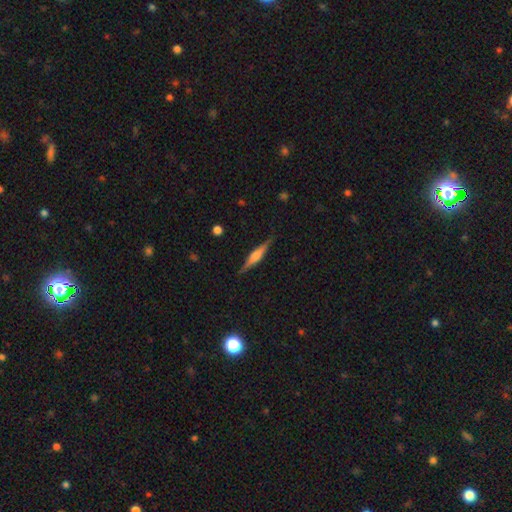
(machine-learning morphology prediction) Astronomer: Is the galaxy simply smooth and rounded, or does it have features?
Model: featured or disk — 66%.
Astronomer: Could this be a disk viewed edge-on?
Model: yes — 97%.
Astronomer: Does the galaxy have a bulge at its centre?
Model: rounded — 69%.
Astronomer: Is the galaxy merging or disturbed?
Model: none — 88%.